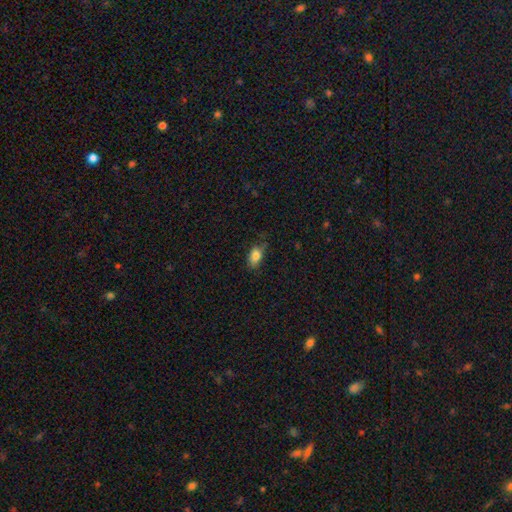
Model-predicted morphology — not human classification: type=smooth (82%); roundness=in between (86%); merging=none (65%).